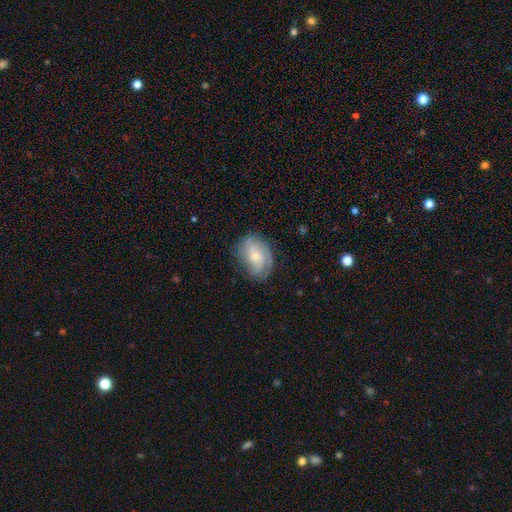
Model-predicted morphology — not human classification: A featured or disk galaxy (54%) with no bar (67%), spiral arms (82%) and a small central bulge (44%). Merging: none (67%).